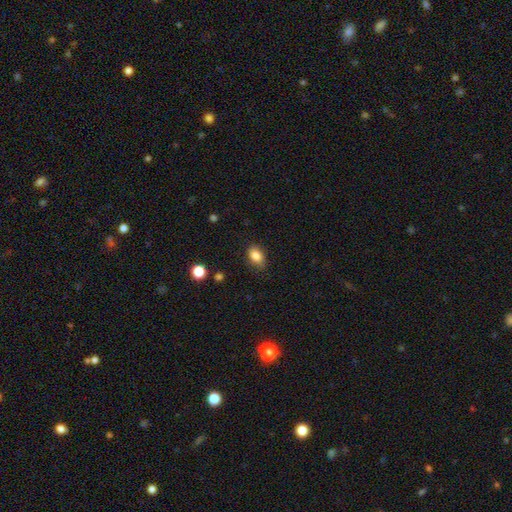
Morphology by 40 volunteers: Overall: smooth (85%). How rounded: in between (88%). Merging: none (67%; minor disturbance 28%).